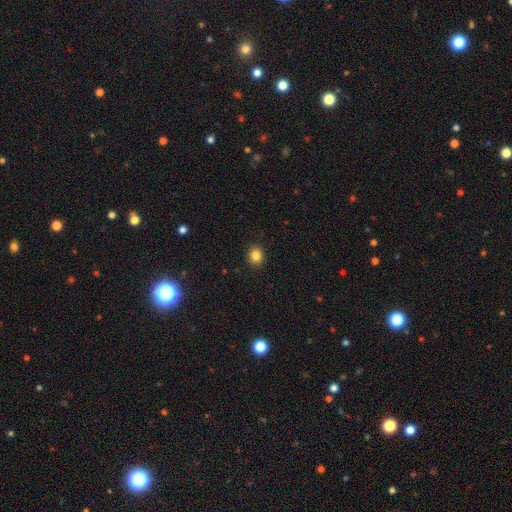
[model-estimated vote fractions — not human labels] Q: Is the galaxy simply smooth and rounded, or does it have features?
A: smooth — 85%.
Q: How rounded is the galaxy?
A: round — 74%.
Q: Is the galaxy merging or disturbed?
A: none — 91%.